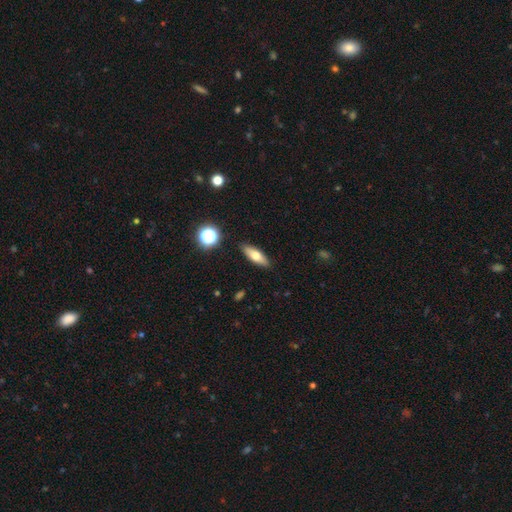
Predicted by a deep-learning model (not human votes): Morphology: type=smooth (64%); roundness=in between (55%); merging=none (89%).